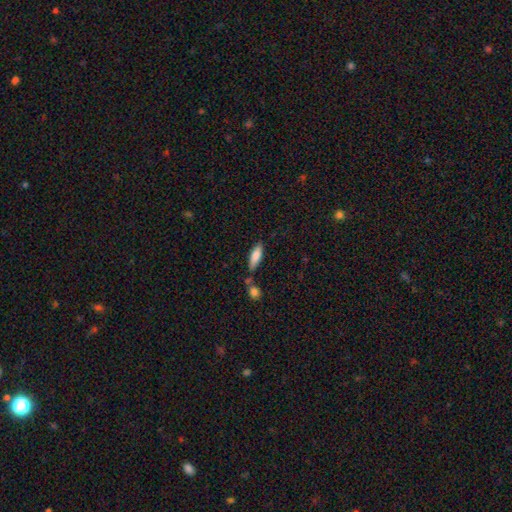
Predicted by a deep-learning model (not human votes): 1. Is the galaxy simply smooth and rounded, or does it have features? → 79% smooth, 14% featured or disk, 6% star or artifact.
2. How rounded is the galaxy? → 53% in between, 45% cigar-shaped, 2% round.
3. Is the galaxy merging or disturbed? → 64% none, 17% minor disturbance, 15% merger, 4% major disturbance.